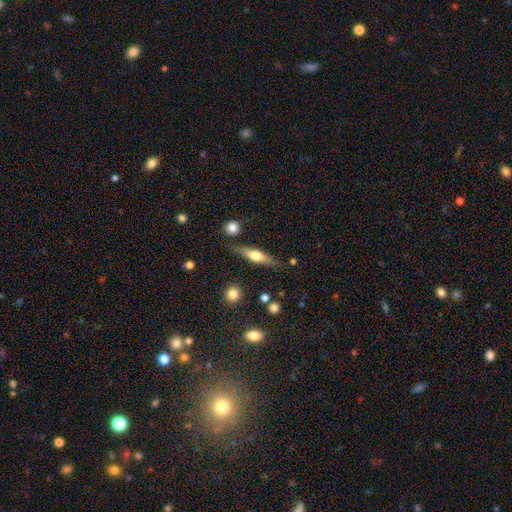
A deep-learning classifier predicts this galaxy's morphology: This appears to be a featured or disk galaxy (47%, tied with smooth). Merging: none (77%).